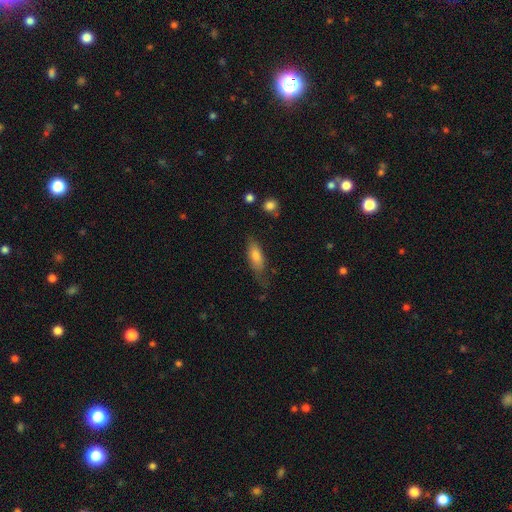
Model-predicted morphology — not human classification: Q: Smooth or featured?
A: smooth (75%); runner-up: featured or disk (19%)
Q: How rounded?
A: in between (64%); runner-up: cigar-shaped (33%)
Q: Merging?
A: none (57%); runner-up: minor disturbance (29%)